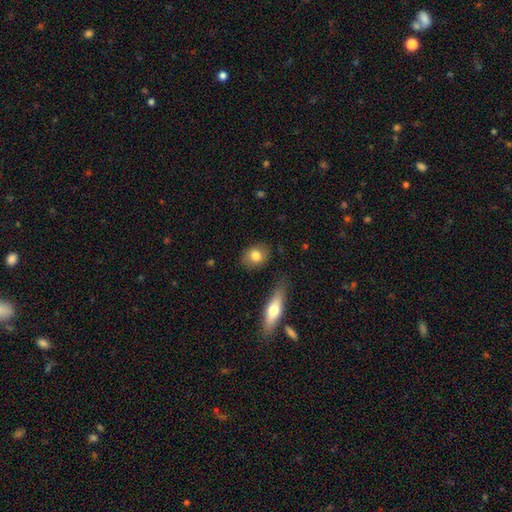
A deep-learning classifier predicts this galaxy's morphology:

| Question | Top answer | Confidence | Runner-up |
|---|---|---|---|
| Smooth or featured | smooth | 79% | featured or disk (14%) |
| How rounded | round | 52% | in between (46%) |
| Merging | none | 82% | minor disturbance (12%) |